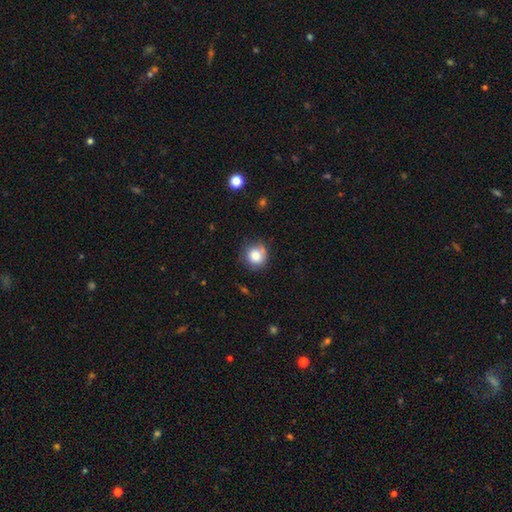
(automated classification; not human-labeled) Smooth or featured?
  - smooth: 81% *
  - featured or disk: 9%
  - star or artifact: 9%
How rounded?
  - round: 89% *
  - in between: 10%
  - cigar-shaped: 1%
Merging?
  - none: 68% *
  - minor disturbance: 23%
  - major disturbance: 6%
  - merger: 3%